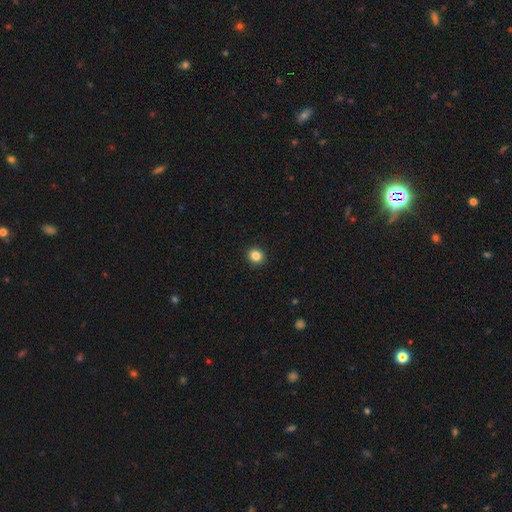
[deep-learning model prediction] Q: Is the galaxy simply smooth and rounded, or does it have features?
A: smooth — 84%.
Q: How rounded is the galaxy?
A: round — 81%.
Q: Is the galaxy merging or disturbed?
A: none — 93%.